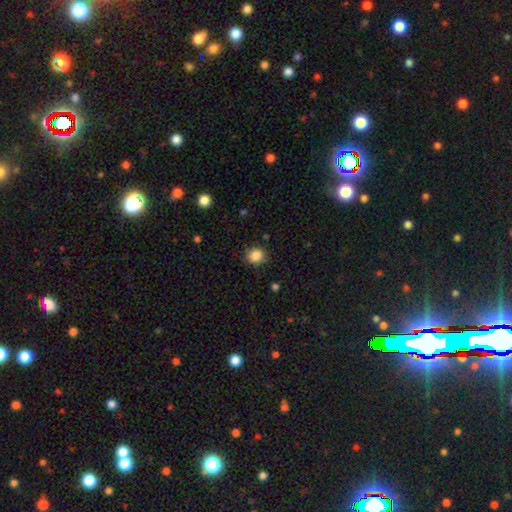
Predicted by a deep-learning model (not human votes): A smooth galaxy with no disk features (86%) that is round (79%).

Vote fractions:
- Smooth or featured? smooth: 86% / star or artifact: 10% / featured or disk: 4%
- How rounded? round: 79% / in between: 20% / cigar-shaped: 1%
- Merging? none: 87% / minor disturbance: 9% / major disturbance: 2% / merger: 1%